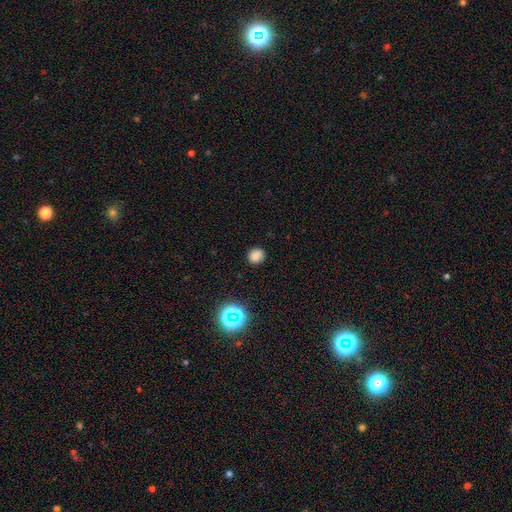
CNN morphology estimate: smooth 79%, star or artifact 17%, featured or disk 4%. Down the decision tree: how rounded — round (80%); merging — none (89%).